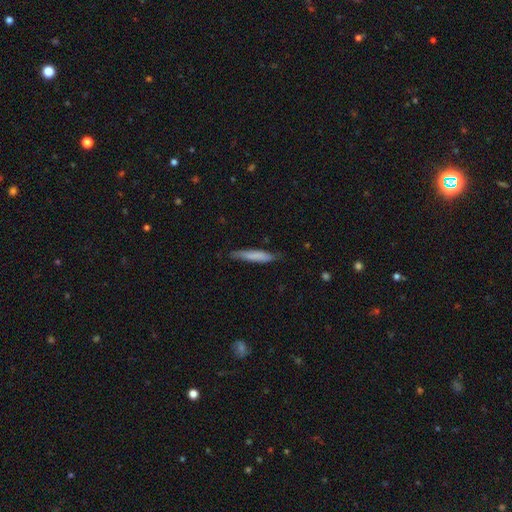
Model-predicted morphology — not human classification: Q: Smooth or featured?
A: smooth (73%); runner-up: featured or disk (22%)
Q: How rounded?
A: cigar-shaped (89%); runner-up: in between (9%)
Q: Merging?
A: none (76%); runner-up: minor disturbance (20%)